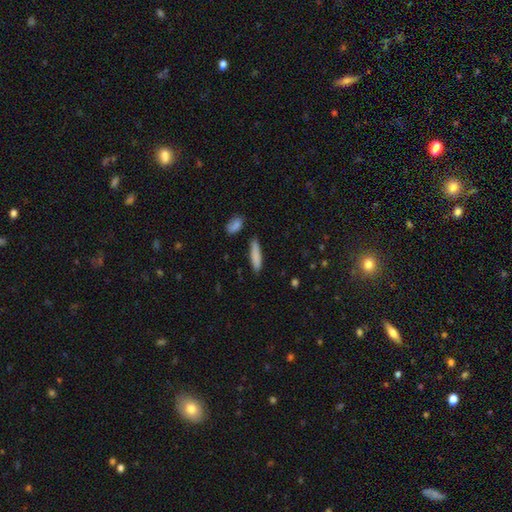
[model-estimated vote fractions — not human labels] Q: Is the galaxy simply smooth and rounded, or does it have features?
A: smooth — 84%.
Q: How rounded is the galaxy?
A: cigar-shaped — 77%.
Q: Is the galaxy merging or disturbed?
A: none — 82%.